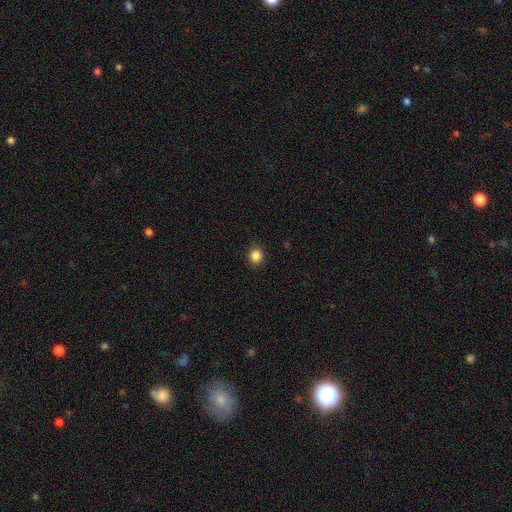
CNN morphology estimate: Q: Smooth or featured?
A: smooth (86%); runner-up: star or artifact (11%)
Q: How rounded?
A: round (86%); runner-up: in between (13%)
Q: Merging?
A: none (91%); runner-up: minor disturbance (6%)